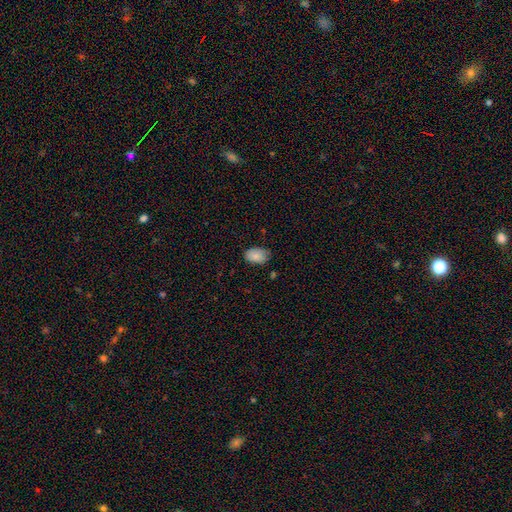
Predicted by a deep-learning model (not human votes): smooth-or-featured: smooth: 84% | featured or disk: 9% | star or artifact: 7%
  how-rounded: in between: 88% | round: 10% | cigar-shaped: 1%
  merging: none: 68% | minor disturbance: 26% | major disturbance: 4% | merger: 1%